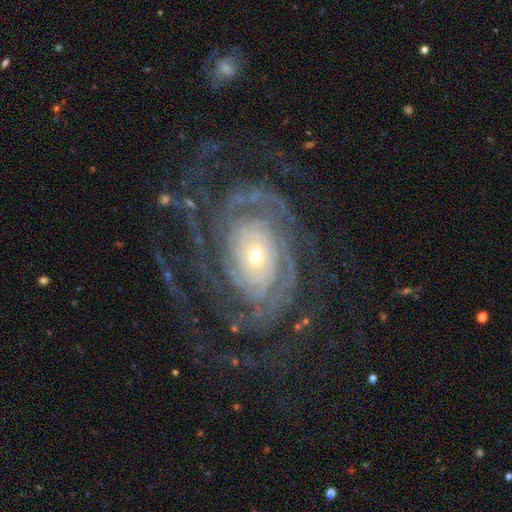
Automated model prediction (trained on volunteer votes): This appears to be a featured or disk galaxy (91%) with no bar (72%), 2 (25%) tight (72%) spiral arms (97%) and a small central bulge (62%). Merging: none (66%).